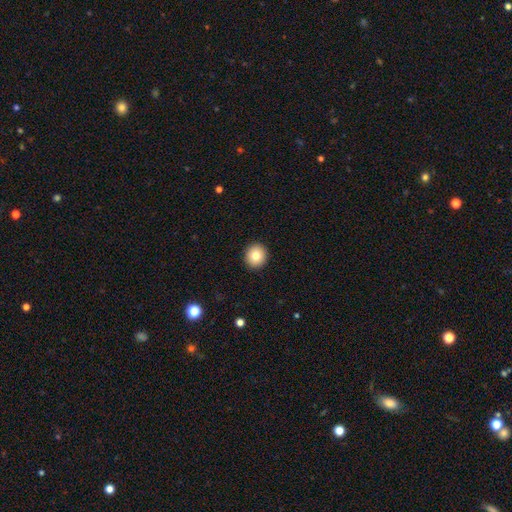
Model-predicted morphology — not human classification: The model was most divided on "smooth or featured": smooth: 80%, featured or disk: 11%, star or artifact: 9%. More confident: merging — none (93%); how rounded — round (91%).